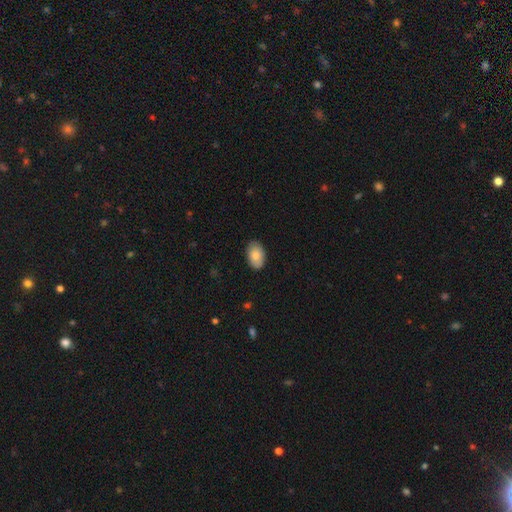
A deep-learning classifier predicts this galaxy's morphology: Smooth or featured? smooth (82%)
How rounded? in between (92%)
Merging? none (85%)